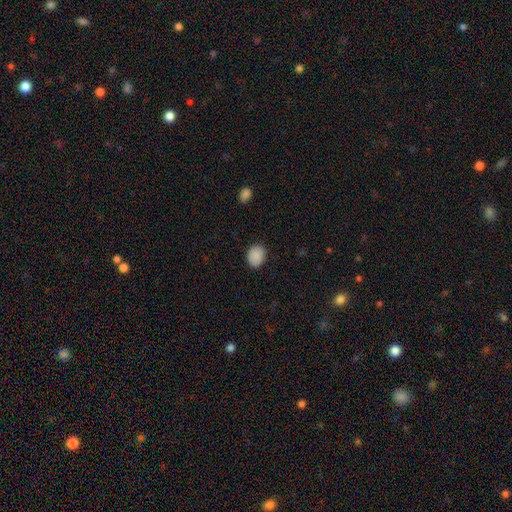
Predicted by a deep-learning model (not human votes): smooth 89%, star or artifact 8%, featured or disk 3%. Down the decision tree: how rounded — in between (52%); merging — none (86%).